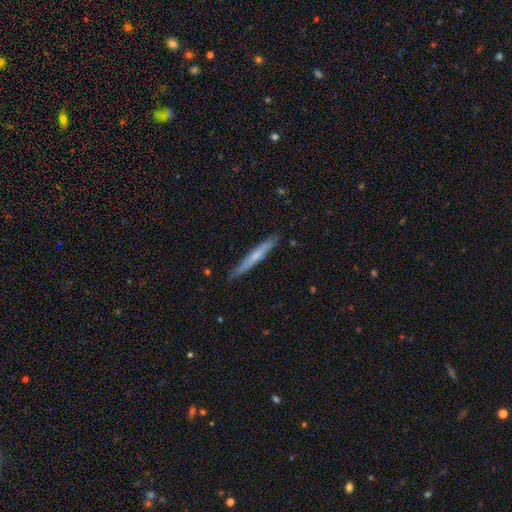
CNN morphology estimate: Smooth or featured? smooth (49%)
Merging? none (86%)